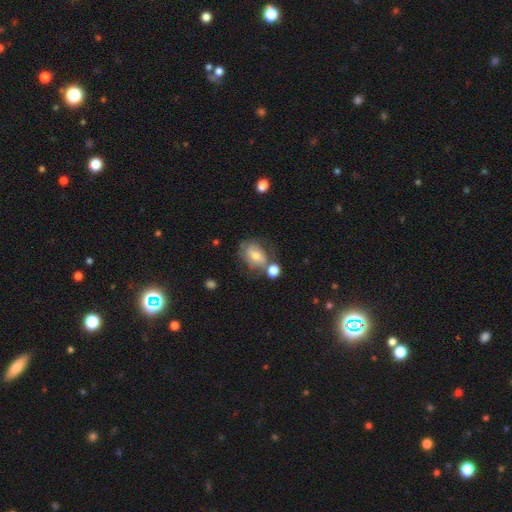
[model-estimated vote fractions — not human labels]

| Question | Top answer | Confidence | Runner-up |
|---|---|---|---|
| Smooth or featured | smooth | 51% | featured or disk (39%) |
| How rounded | in between | 70% | round (28%) |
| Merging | none | 46% | minor disturbance (23%) |